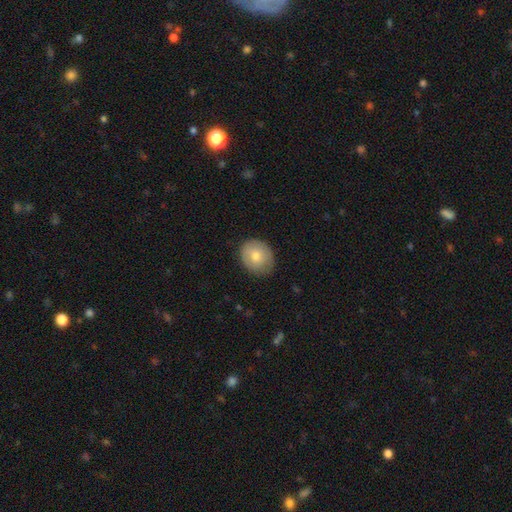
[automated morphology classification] Q: Smooth or featured?
A: smooth (68%); runner-up: featured or disk (25%)
Q: How rounded?
A: round (67%); runner-up: in between (32%)
Q: Merging?
A: none (79%); runner-up: minor disturbance (17%)